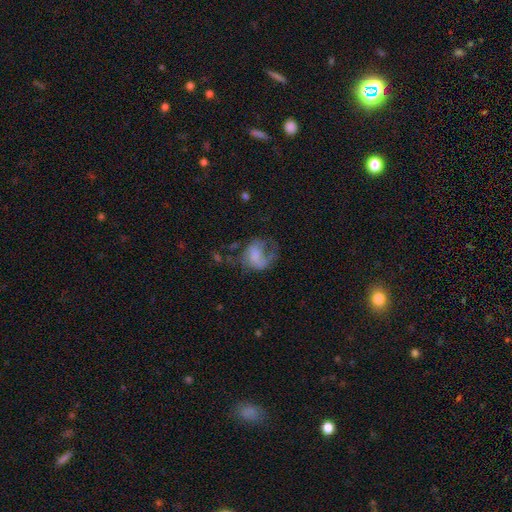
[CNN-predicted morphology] Smooth or featured? featured or disk (49%)
Merging? major disturbance (50%)